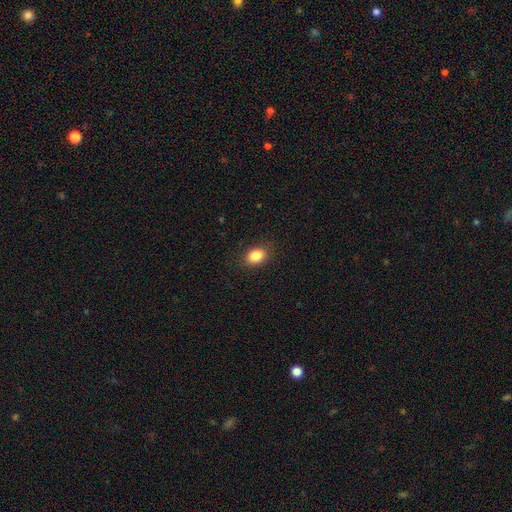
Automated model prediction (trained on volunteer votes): Overall: smooth (85%). How rounded: in between (67%; round 32%). Merging: none (87%).